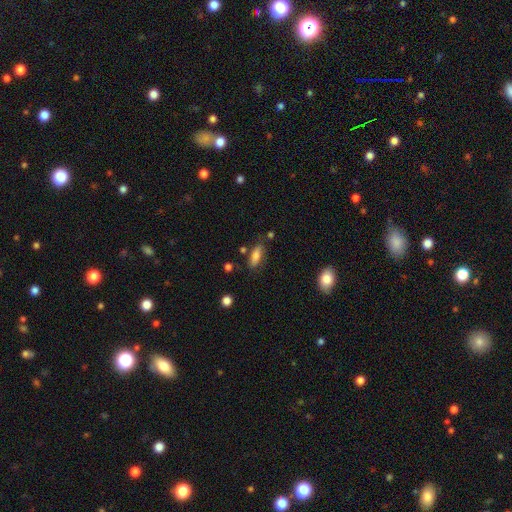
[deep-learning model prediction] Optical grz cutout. It shows a smooth galaxy with no disk features (75%) that is in between round and cigar-shaped (69%). Merging: none (73%).